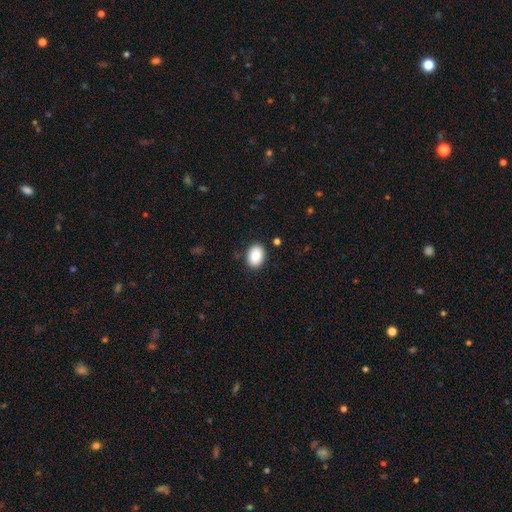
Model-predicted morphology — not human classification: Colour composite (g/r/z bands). It shows a smooth galaxy with no disk features (83%) that is in between round and cigar-shaped (77%). Merging: none (87%).